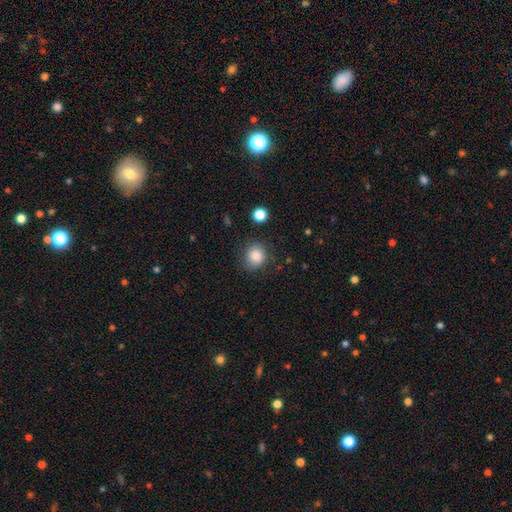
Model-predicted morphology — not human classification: This is clearly a smooth galaxy (84%). How rounded: likely round (77%). Merging: likely none (76%).